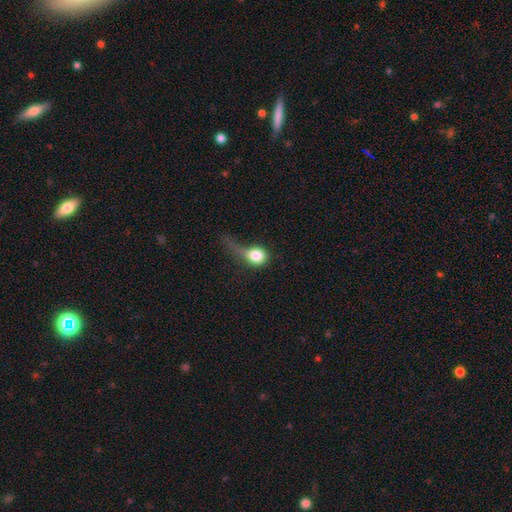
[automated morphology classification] A smooth galaxy with no disk features (76%) that is round (71%). Merging: major disturbance (51%).